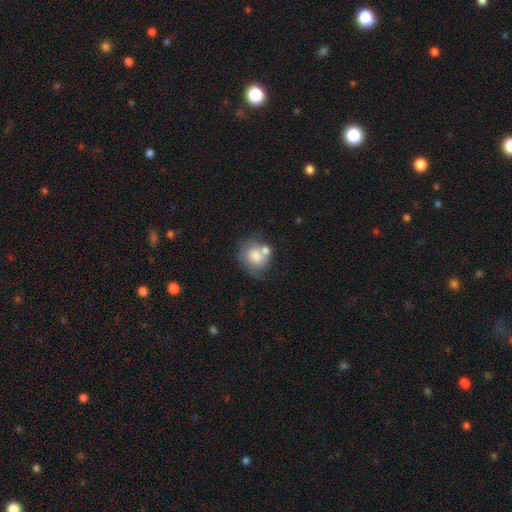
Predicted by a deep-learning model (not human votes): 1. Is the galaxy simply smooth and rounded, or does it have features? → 74% smooth, 18% featured or disk, 8% star or artifact.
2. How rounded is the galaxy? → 64% round, 35% in between, 1% cigar-shaped.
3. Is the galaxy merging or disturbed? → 41% none, 31% merger, 19% minor disturbance, 9% major disturbance.